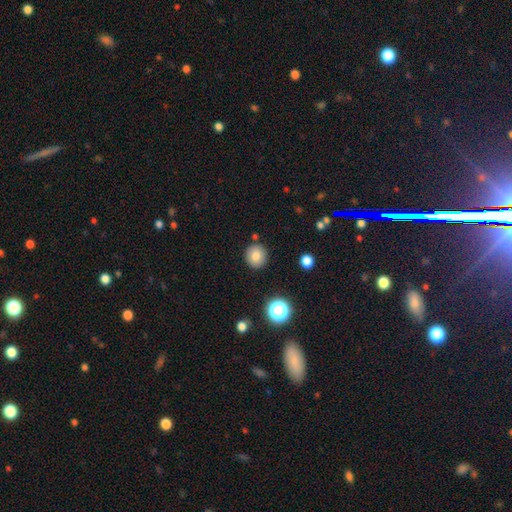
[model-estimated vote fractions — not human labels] Smooth or featured?
  - smooth: 80% *
  - star or artifact: 11%
  - featured or disk: 9%
How rounded?
  - round: 91% *
  - in between: 8%
  - cigar-shaped: 1%
Merging?
  - none: 88% *
  - minor disturbance: 7%
  - merger: 3%
  - major disturbance: 2%